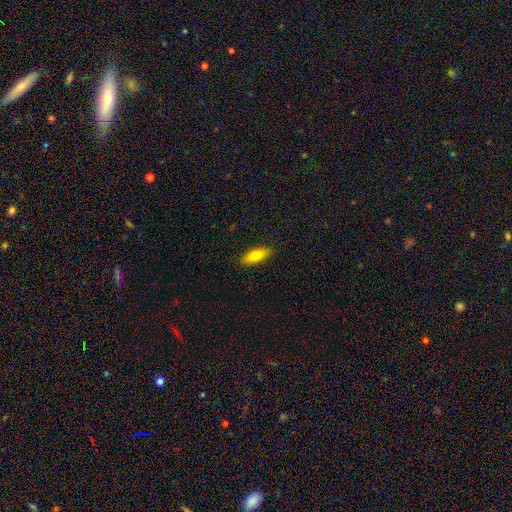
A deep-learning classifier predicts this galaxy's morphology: smooth-or-featured: smooth: 74% | featured or disk: 20% | star or artifact: 7%
  how-rounded: in between: 68% | cigar-shaped: 29% | round: 3%
  merging: none: 89% | minor disturbance: 8% | major disturbance: 2% | merger: 1%